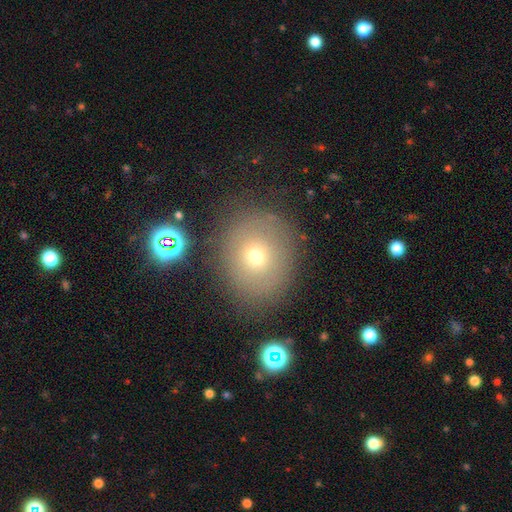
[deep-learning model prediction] The model was most divided on "smooth or featured": smooth: 65%, featured or disk: 19%, star or artifact: 17%. More confident: merging — none (78%); how rounded — round (74%).